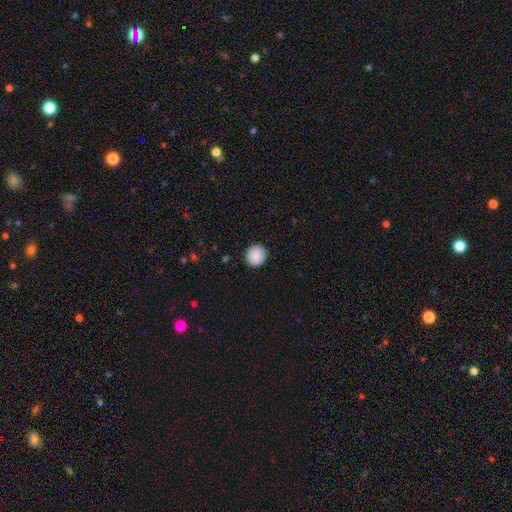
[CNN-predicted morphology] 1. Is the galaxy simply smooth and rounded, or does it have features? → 90% smooth, 8% star or artifact, 3% featured or disk.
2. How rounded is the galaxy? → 93% round, 6% in between, 1% cigar-shaped.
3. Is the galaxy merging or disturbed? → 91% none, 6% minor disturbance, 2% major disturbance, 1% merger.